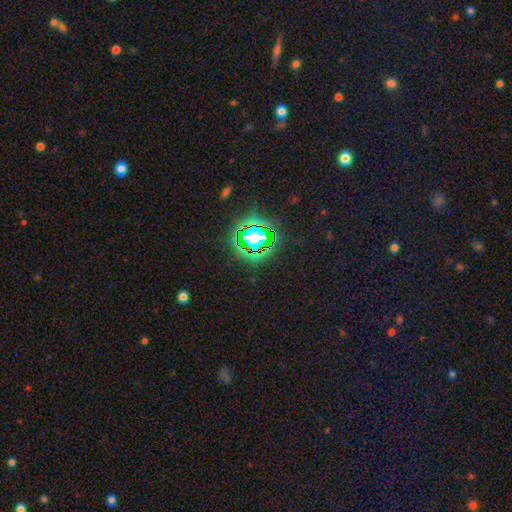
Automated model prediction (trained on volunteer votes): A star or artifact, not a galaxy (80%).

Vote fractions:
- Smooth or featured? star or artifact: 80% / smooth: 13% / featured or disk: 7%